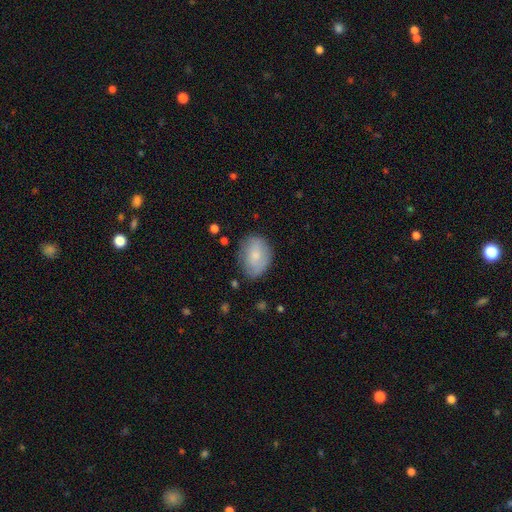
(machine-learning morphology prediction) A smooth galaxy with no disk features (72%) that is in between round and cigar-shaped (76%).

Vote fractions:
- Smooth or featured? smooth: 72% / featured or disk: 21% / star or artifact: 7%
- How rounded? in between: 76% / round: 23% / cigar-shaped: 1%
- Merging? none: 72% / minor disturbance: 21% / major disturbance: 5% / merger: 2%